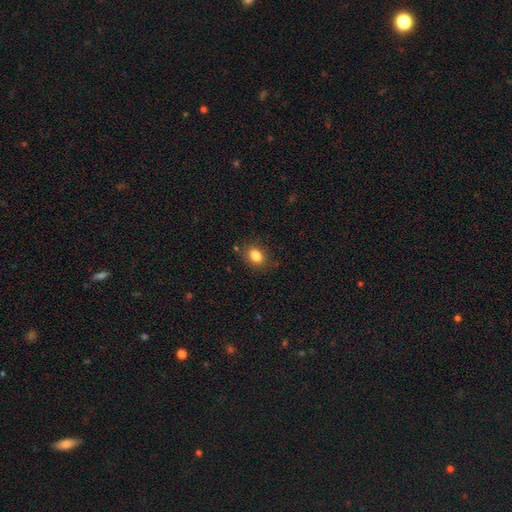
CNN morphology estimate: Smooth or featured: smooth — 84% (star or artifact — 9%)
How rounded: in between — 73% (round — 26%)
Merging: none — 82% (minor disturbance — 13%)